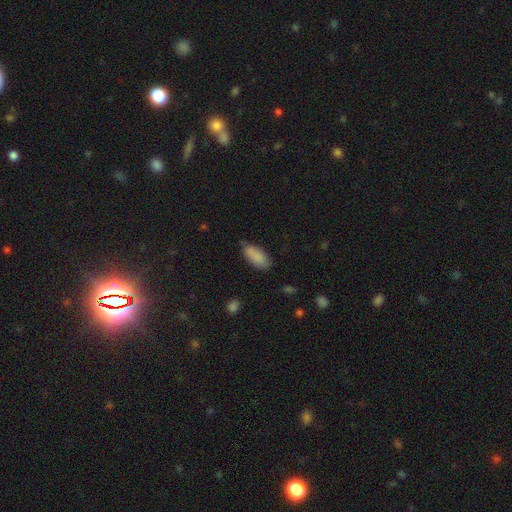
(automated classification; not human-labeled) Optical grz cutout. It shows a smooth galaxy with no disk features (86%) that is in between round and cigar-shaped (89%). Merging: none (64%).